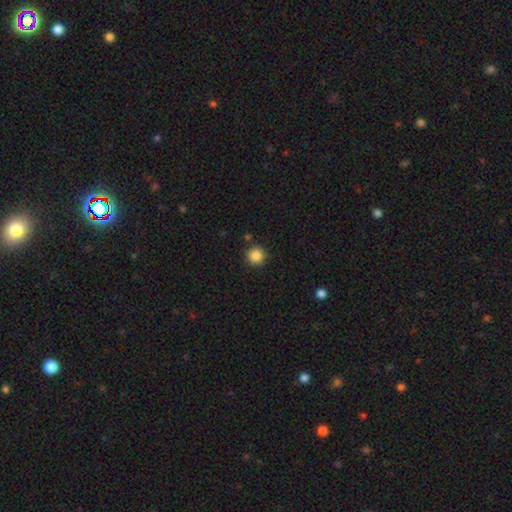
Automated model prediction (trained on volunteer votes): smooth-or-featured: smooth: 86% | star or artifact: 11% | featured or disk: 4%
  how-rounded: round: 95% | in between: 4% | cigar-shaped: 1%
  merging: none: 89% | minor disturbance: 6% | merger: 3% | major disturbance: 2%